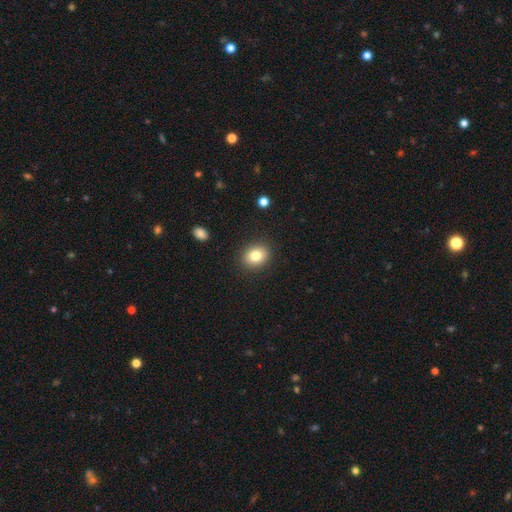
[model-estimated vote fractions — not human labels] This is clearly a smooth galaxy (82%). How rounded: possibly round (52%). Merging: clearly none (89%).